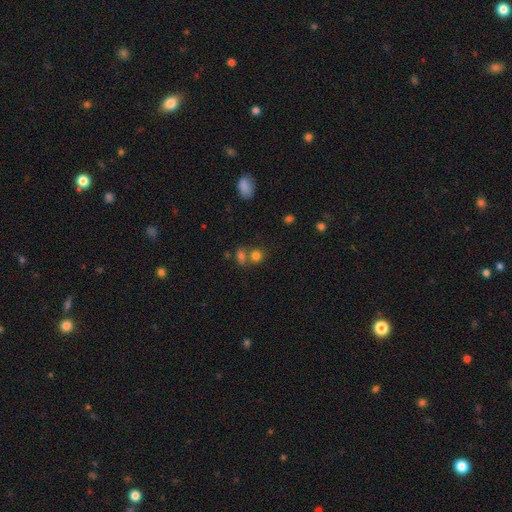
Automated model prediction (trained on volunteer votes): Smooth or featured? Predicted: smooth (p=0.76). How rounded? Predicted: round (p=0.74). Merging? Predicted: none (p=0.49).